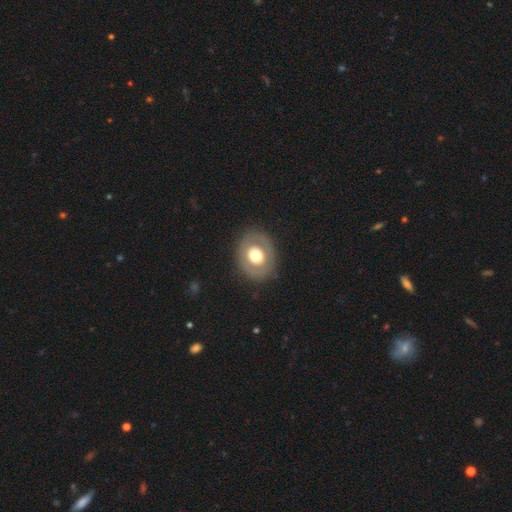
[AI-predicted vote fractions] A smooth galaxy with no disk features (54%) that is round (53%). Merging: none (85%).